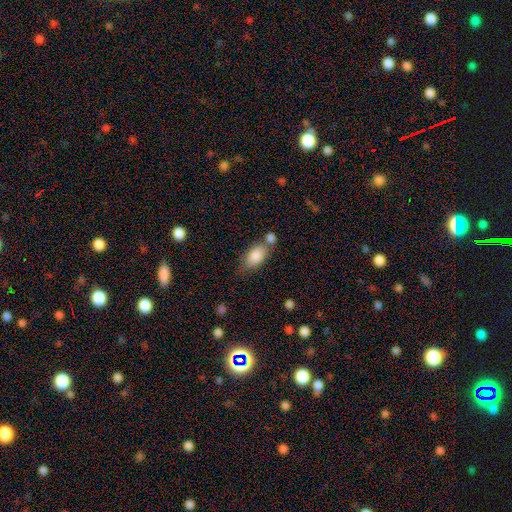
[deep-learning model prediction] smooth_or_featured: smooth (p=0.84) [alt: featured or disk p=0.09]
how_rounded: in between (p=0.89) [alt: round p=0.07]
merging: none (p=0.48) [alt: merger p=0.28]